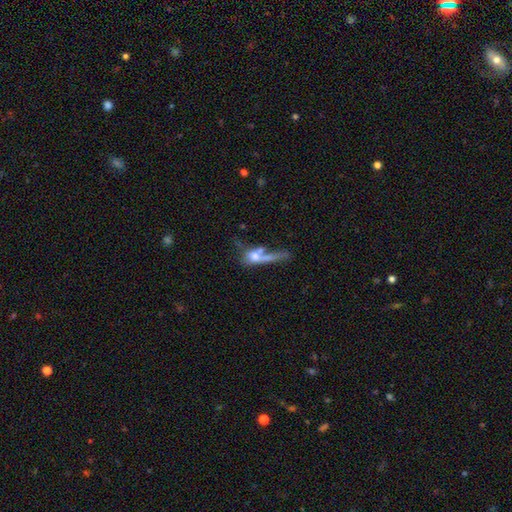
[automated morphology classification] This is possibly a smooth galaxy (54%). How rounded: marginally in between (41%). Merging: marginally merger (42%).